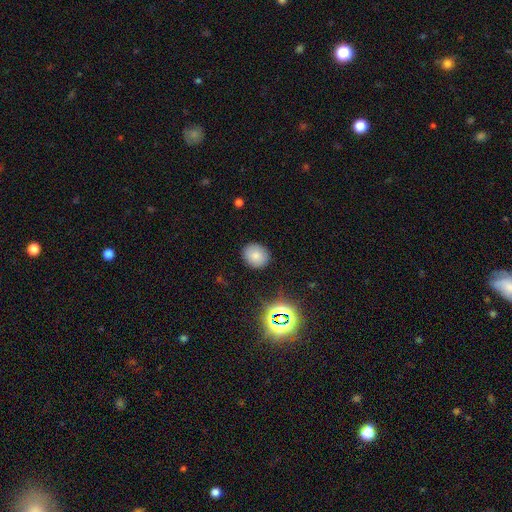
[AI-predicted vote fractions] smooth 78%, star or artifact 14%, featured or disk 8%. Down the decision tree: how rounded — round (74%); merging — none (87%).